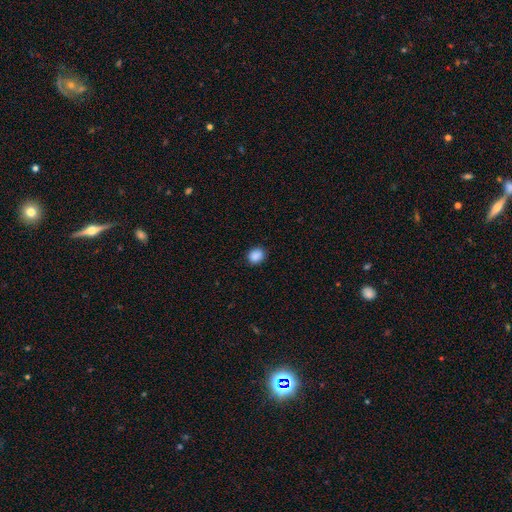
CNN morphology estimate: The model was most divided on "how rounded": round: 65%, in between: 34%, cigar-shaped: 1%. More confident: smooth or featured — smooth (89%); merging — none (88%).